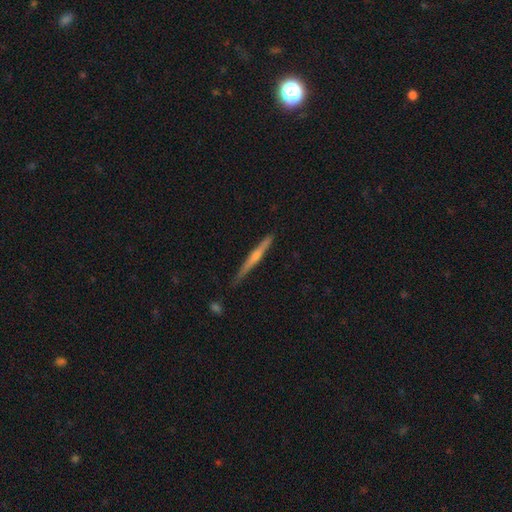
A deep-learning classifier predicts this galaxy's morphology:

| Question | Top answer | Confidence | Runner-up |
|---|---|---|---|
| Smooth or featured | featured or disk | 66% | smooth (28%) |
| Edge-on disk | yes | 98% | no (2%) |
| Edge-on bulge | rounded | 70% | none (24%) |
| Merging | none | 84% | minor disturbance (12%) |